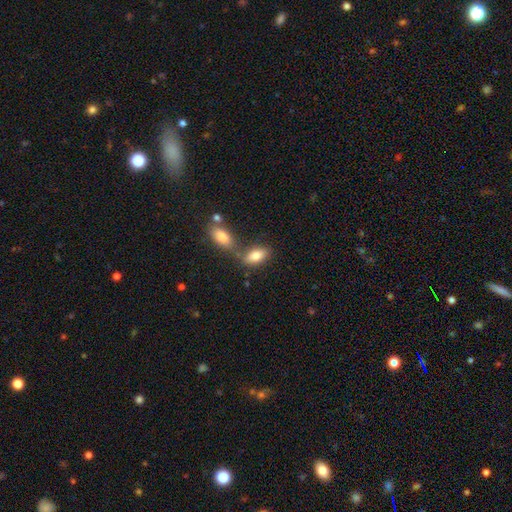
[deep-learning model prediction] Morphology: type=smooth (81%); roundness=in between (89%); merging=none (52%).